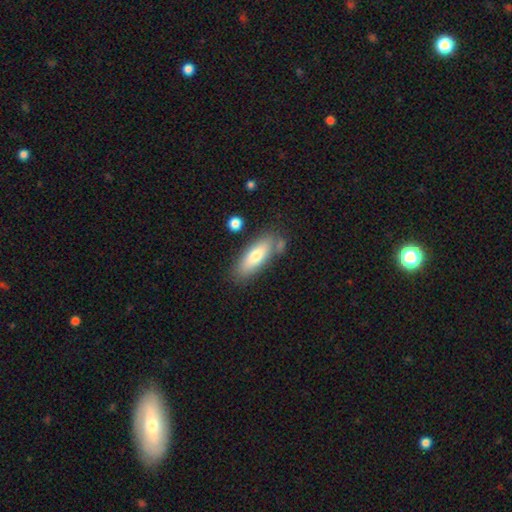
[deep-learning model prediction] smooth_or_featured: smooth (p=0.70) [alt: featured or disk p=0.24]
how_rounded: in between (p=0.60) [alt: cigar-shaped p=0.38]
merging: none (p=0.73) [alt: minor disturbance p=0.15]